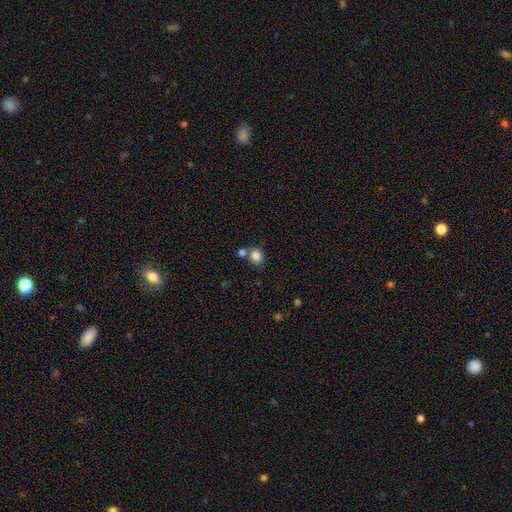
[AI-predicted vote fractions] This appears to be a smooth galaxy with no disk features (83%) that is round (68%). Merging: none (63%).